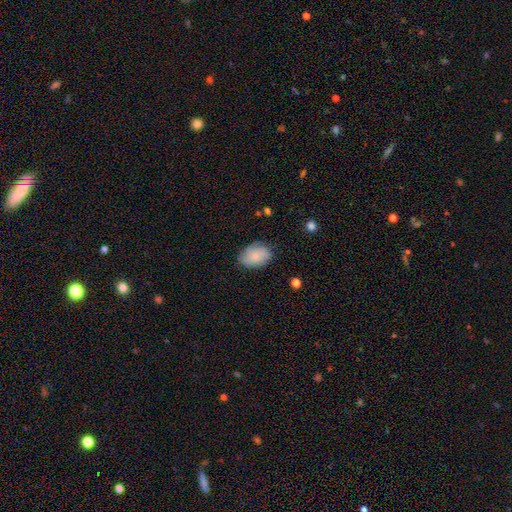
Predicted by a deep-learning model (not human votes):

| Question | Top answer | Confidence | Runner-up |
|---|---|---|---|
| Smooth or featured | smooth | 70% | featured or disk (22%) |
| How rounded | in between | 80% | round (19%) |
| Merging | none | 74% | minor disturbance (20%) |